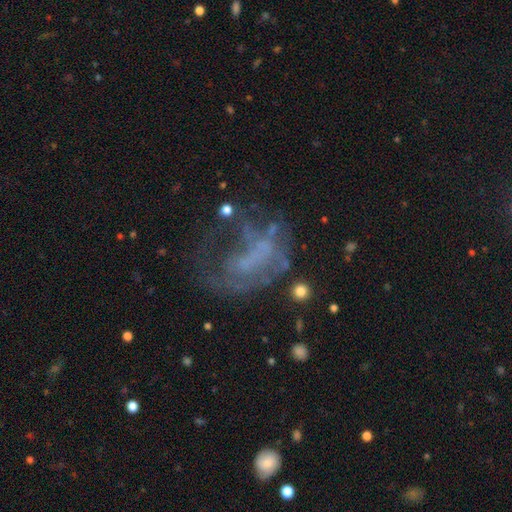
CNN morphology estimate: Smooth or featured? featured or disk (60%)
Edge-on disk? no (97%)
Bar? no (73%)
Spiral arms? no (66%)
Bulge size? none (74%)
Merging? major disturbance (44%)